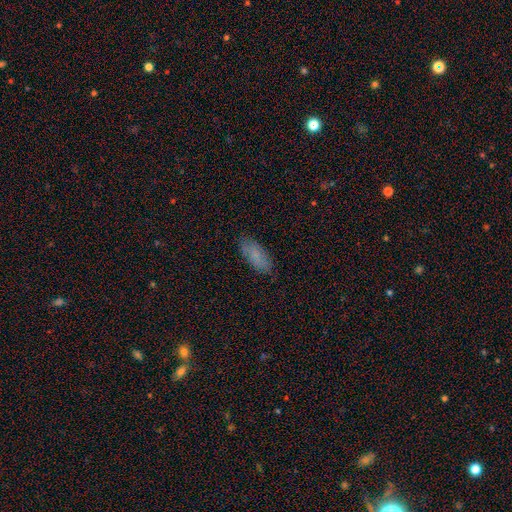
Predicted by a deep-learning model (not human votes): smooth 79%, featured or disk 13%, star or artifact 8%. Down the decision tree: how rounded — in between (78%); merging — none (81%).